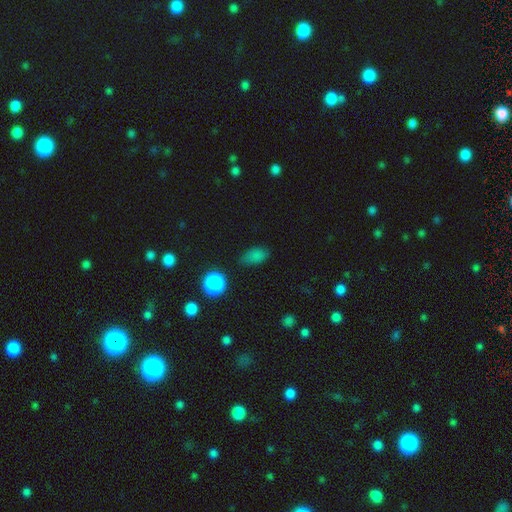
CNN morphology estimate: This appears to be a smooth galaxy with no disk features (76%) that is in between round and cigar-shaped (84%). Merging: none (73%).